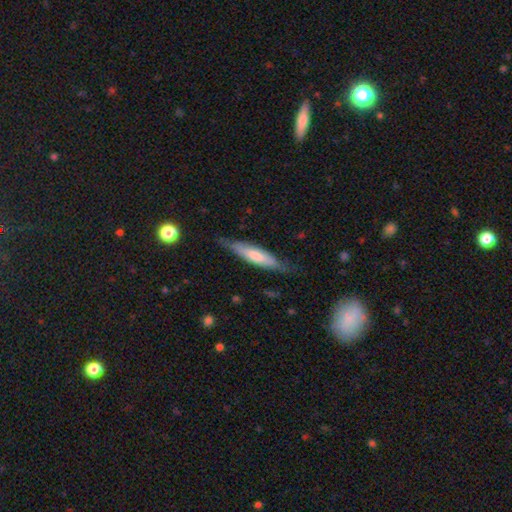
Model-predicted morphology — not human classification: smooth-or-featured: featured or disk: 48% | smooth: 46% | star or artifact: 6%
  merging: none: 79% | minor disturbance: 16% | major disturbance: 3% | merger: 1%